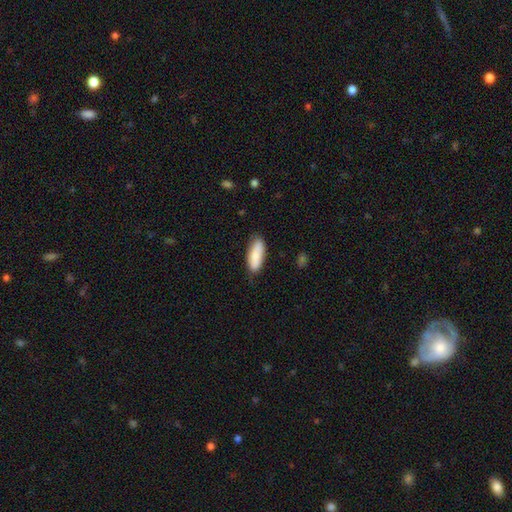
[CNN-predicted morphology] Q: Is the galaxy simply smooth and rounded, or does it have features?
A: smooth — 84%.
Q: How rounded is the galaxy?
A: in between — 70%.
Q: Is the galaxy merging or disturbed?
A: none — 79%.